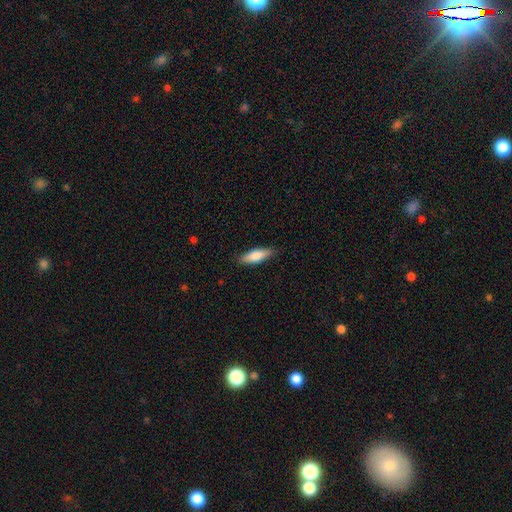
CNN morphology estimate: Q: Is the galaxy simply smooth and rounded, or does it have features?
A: smooth — 76%.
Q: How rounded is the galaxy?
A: in between — 54%.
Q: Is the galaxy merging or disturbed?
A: none — 87%.